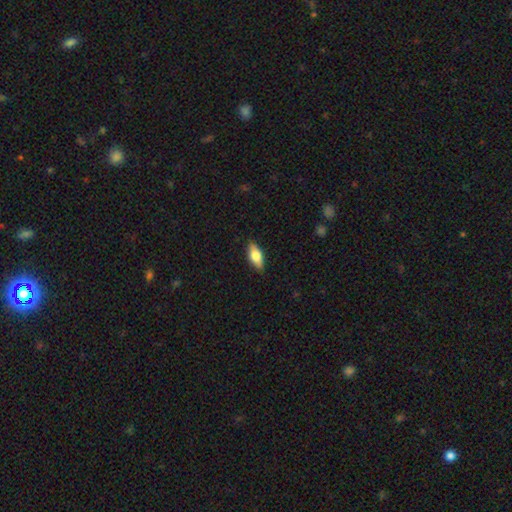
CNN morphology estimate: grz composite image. It shows a smooth galaxy with no disk features (68%) that is in between round and cigar-shaped (82%). Merging: none (87%).